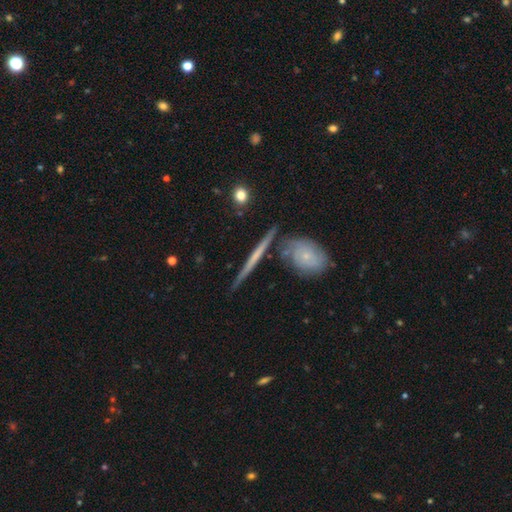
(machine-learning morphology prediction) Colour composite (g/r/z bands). It shows a featured or disk galaxy (67%) viewed edge-on (94%) with no central bulge (74%). Merging: none (81%).